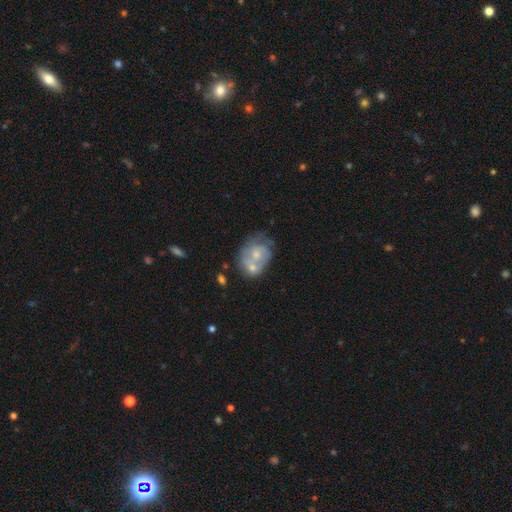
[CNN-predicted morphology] smooth-or-featured: featured or disk: 60% | smooth: 32% | star or artifact: 7%
  disk-edge-on: no: 97% | yes: 3%
    bar: no: 79% | weak: 19% | strong: 3%
    has-spiral-arms: yes: 63% | no: 37%
    bulge-size: moderate: 48% | small: 39% | none: 8% | large: 4% | dominant: 1%
  merging: merger: 41% | none: 30% | minor disturbance: 17% | major disturbance: 11%